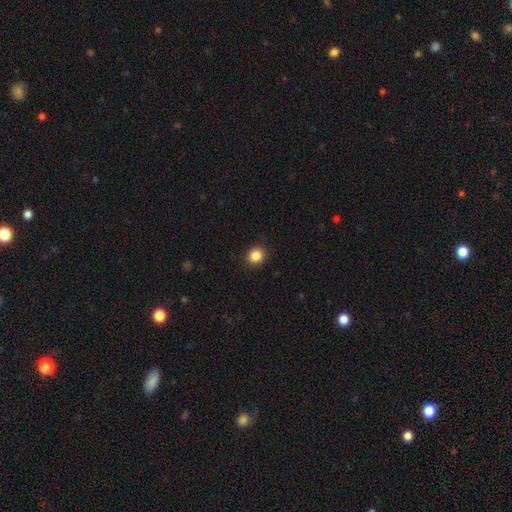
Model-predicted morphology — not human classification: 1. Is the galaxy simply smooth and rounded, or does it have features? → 86% smooth, 10% star or artifact, 4% featured or disk.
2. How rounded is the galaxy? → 81% round, 19% in between, 1% cigar-shaped.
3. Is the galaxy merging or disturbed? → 90% none, 7% minor disturbance, 2% major disturbance, 1% merger.